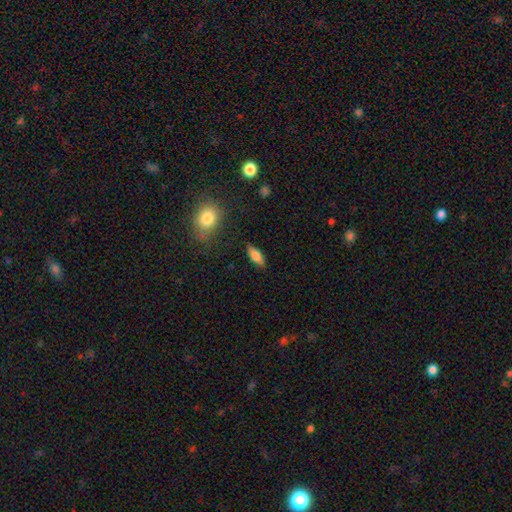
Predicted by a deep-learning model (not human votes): A smooth galaxy with no disk features (78%) that is in between round and cigar-shaped (77%).

Vote fractions:
- Smooth or featured? smooth: 78% / featured or disk: 14% / star or artifact: 7%
- How rounded? in between: 77% / cigar-shaped: 20% / round: 3%
- Merging? none: 85% / minor disturbance: 11% / major disturbance: 3% / merger: 2%